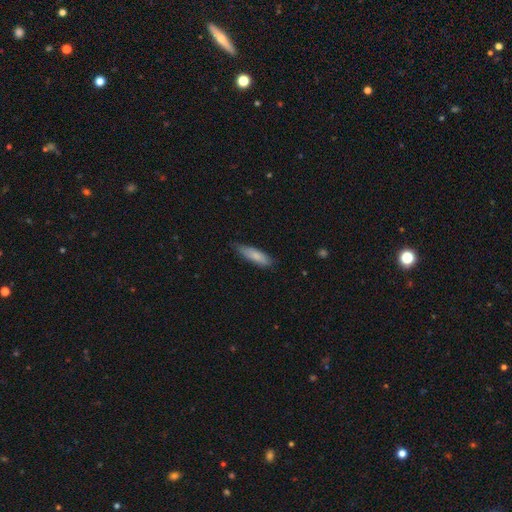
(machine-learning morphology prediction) smooth 80%, featured or disk 15%, star or artifact 6%. Down the decision tree: how rounded — cigar-shaped (56%); merging — none (68%).